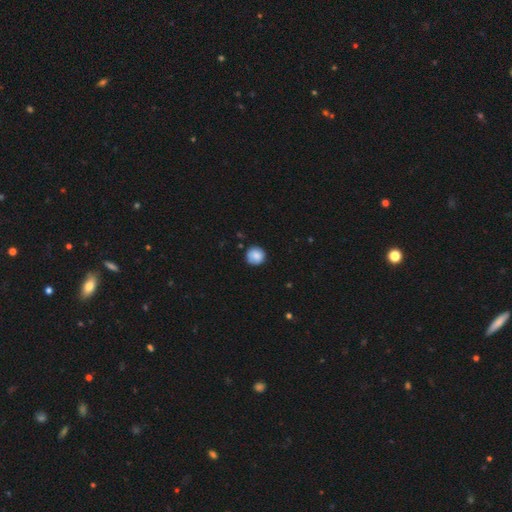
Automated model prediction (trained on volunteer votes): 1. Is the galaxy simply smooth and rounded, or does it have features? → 84% smooth, 8% star or artifact, 8% featured or disk.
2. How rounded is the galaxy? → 93% round, 6% in between, 1% cigar-shaped.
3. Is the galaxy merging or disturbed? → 81% none, 15% minor disturbance, 3% major disturbance, 2% merger.